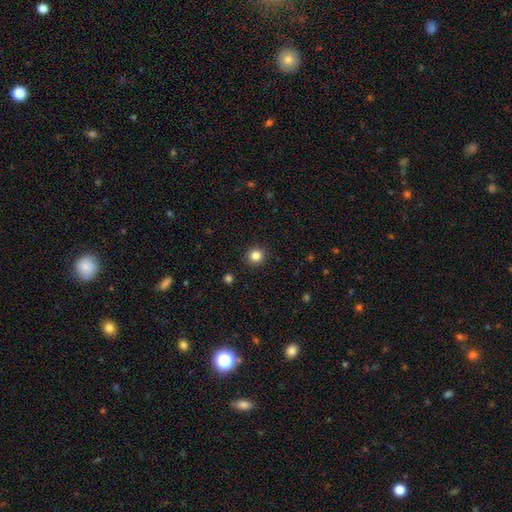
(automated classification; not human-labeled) Smooth or featured? Predicted: smooth (p=0.83). How rounded? Predicted: round (p=0.92). Merging? Predicted: none (p=0.92).